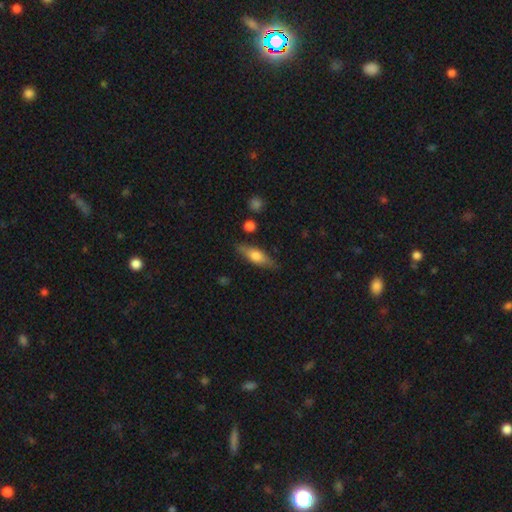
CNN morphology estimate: Smooth or featured? Predicted: smooth (p=0.57). How rounded? Predicted: in between (p=0.48, tied with cigar-shaped). Merging? Predicted: none (p=0.83).